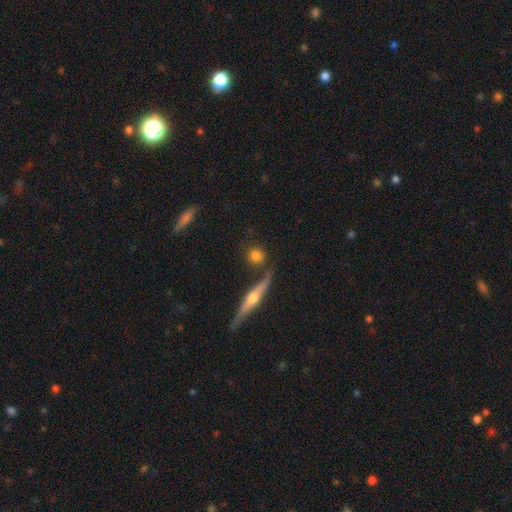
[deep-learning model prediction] A smooth galaxy with no disk features (74%) that is round (83%). Merging: none (75%).